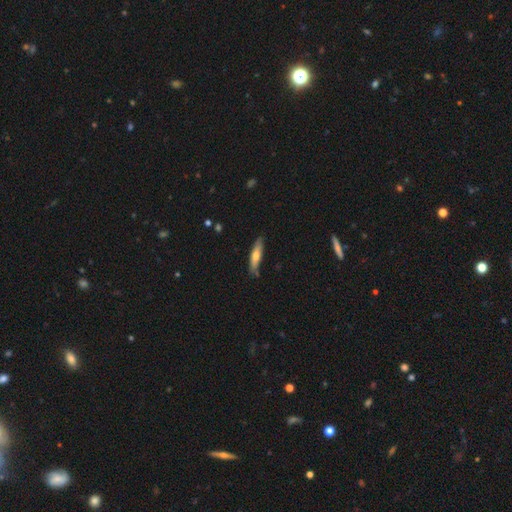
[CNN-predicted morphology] The model was most divided on "smooth or featured": smooth: 60%, featured or disk: 34%, star or artifact: 6%. More confident: merging — none (81%); how rounded — cigar-shaped (80%).